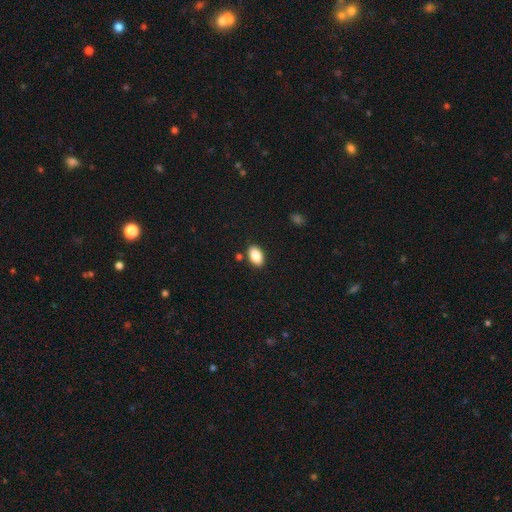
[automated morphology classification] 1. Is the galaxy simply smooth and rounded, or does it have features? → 87% smooth, 7% star or artifact, 6% featured or disk.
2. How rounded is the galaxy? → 92% in between, 6% round, 2% cigar-shaped.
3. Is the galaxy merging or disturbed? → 86% none, 9% minor disturbance, 3% merger, 2% major disturbance.